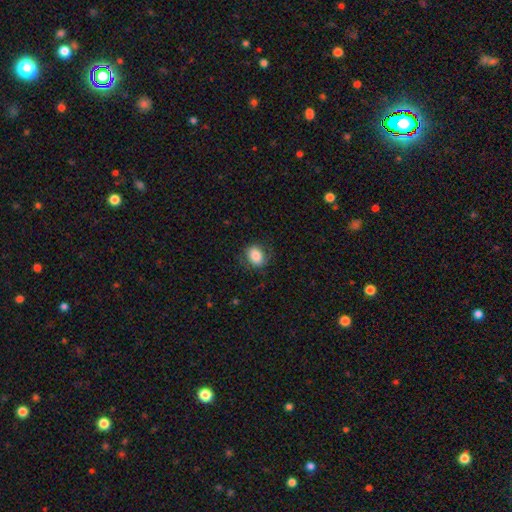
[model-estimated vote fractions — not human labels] A smooth galaxy with no disk features (82%) that is in between round and cigar-shaped (56%).

Vote fractions:
- Smooth or featured? smooth: 82% / featured or disk: 10% / star or artifact: 8%
- How rounded? in between: 56% / round: 43% / cigar-shaped: 1%
- Merging? none: 76% / minor disturbance: 16% / major disturbance: 7% / merger: 1%